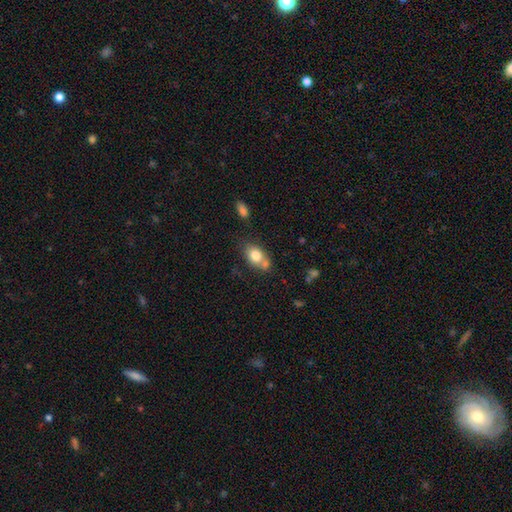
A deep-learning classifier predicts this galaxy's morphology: A smooth galaxy with no disk features (77%) that is in between round and cigar-shaped (76%).

Vote fractions:
- Smooth or featured? smooth: 77% / featured or disk: 14% / star or artifact: 9%
- How rounded? in between: 76% / round: 22% / cigar-shaped: 2%
- Merging? none: 46% / merger: 32% / minor disturbance: 16% / major disturbance: 5%